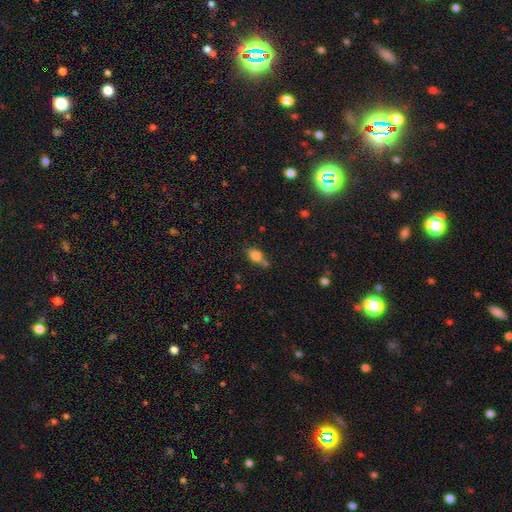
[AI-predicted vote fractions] Smooth or featured? smooth (78%)
How rounded? in between (78%)
Merging? none (56%)